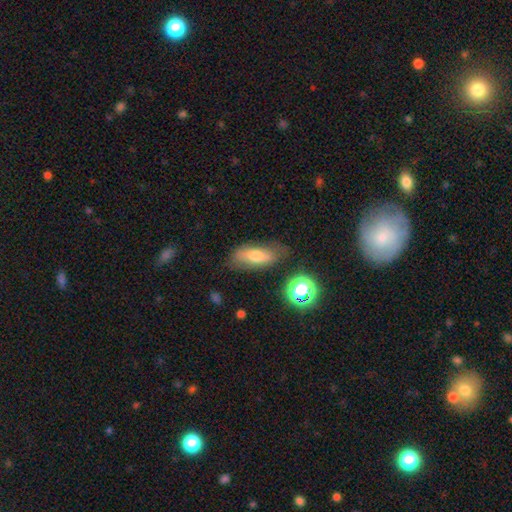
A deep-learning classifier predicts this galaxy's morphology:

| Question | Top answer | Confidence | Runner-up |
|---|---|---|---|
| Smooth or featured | smooth | 62% | featured or disk (27%) |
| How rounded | in between | 71% | cigar-shaped (23%) |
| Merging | none | 68% | minor disturbance (22%) |